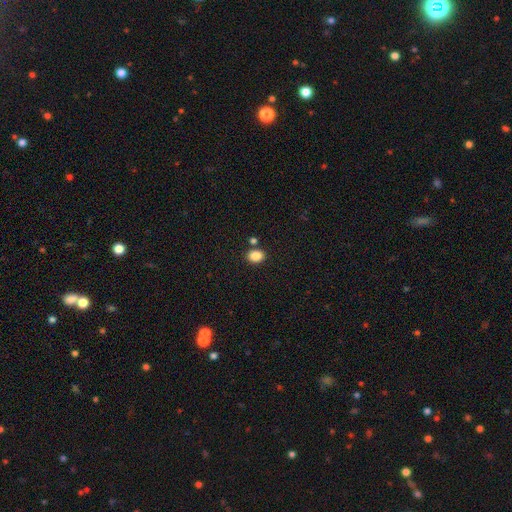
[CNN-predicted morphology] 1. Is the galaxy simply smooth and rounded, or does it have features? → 87% smooth, 9% star or artifact, 4% featured or disk.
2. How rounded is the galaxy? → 62% in between, 37% round, 1% cigar-shaped.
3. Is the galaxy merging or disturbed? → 78% none, 10% merger, 9% minor disturbance, 3% major disturbance.